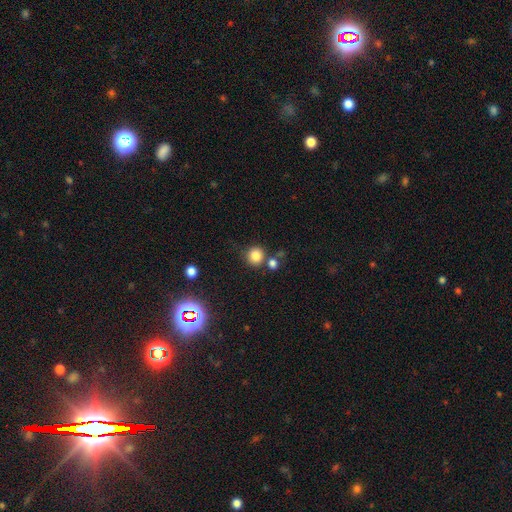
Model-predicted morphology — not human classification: This is clearly a smooth galaxy (82%). How rounded: clearly round (90%). Merging: likely none (71%).